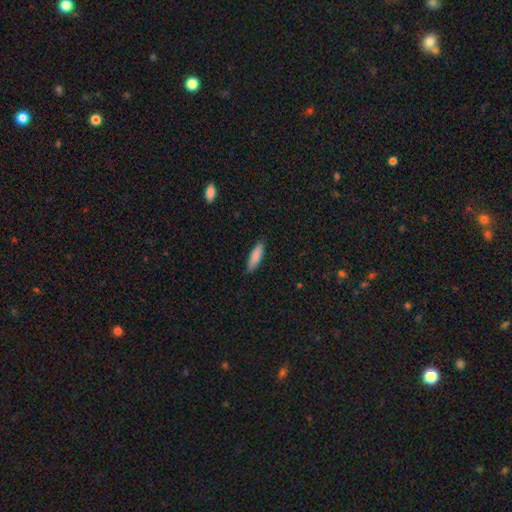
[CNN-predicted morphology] Smooth or featured?
  - smooth: 87% *
  - featured or disk: 8%
  - star or artifact: 6%
How rounded?
  - cigar-shaped: 61% *
  - in between: 37%
  - round: 1%
Merging?
  - none: 86% *
  - minor disturbance: 11%
  - major disturbance: 2%
  - merger: 1%